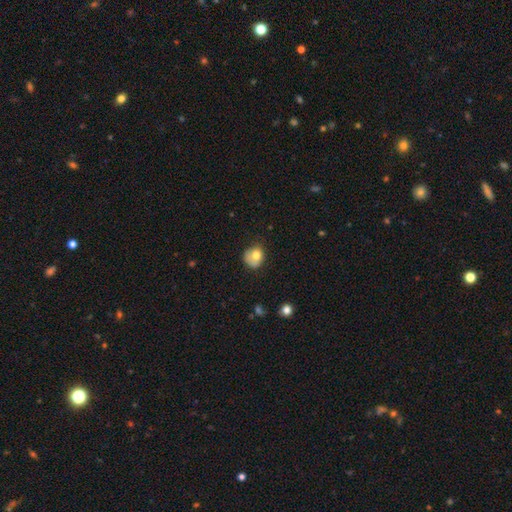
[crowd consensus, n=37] This appears to be a smooth galaxy with no disk features (86%) that is round (66%). Merging: none (43%).